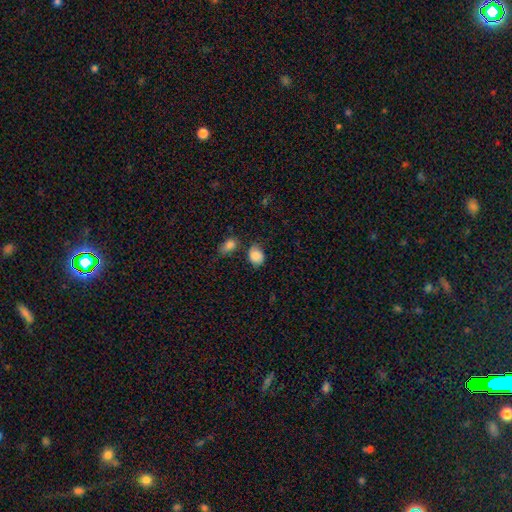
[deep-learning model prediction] smooth_or_featured: smooth (p=0.84) [alt: star or artifact p=0.09]
how_rounded: in between (p=0.58) [alt: round p=0.41]
merging: none (p=0.60) [alt: minor disturbance p=0.24]